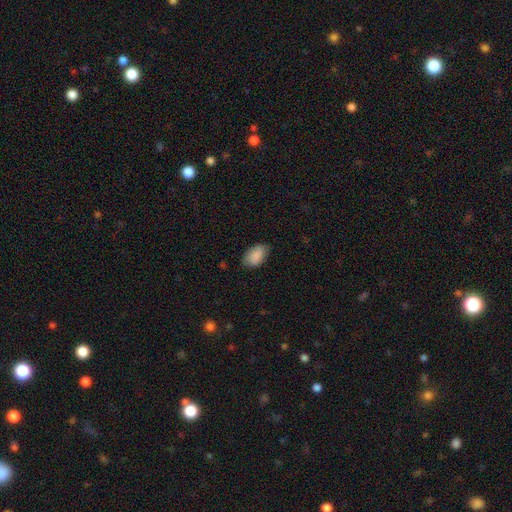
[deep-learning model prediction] A smooth galaxy with no disk features (89%) that is in between round and cigar-shaped (92%). Merging: none (77%).